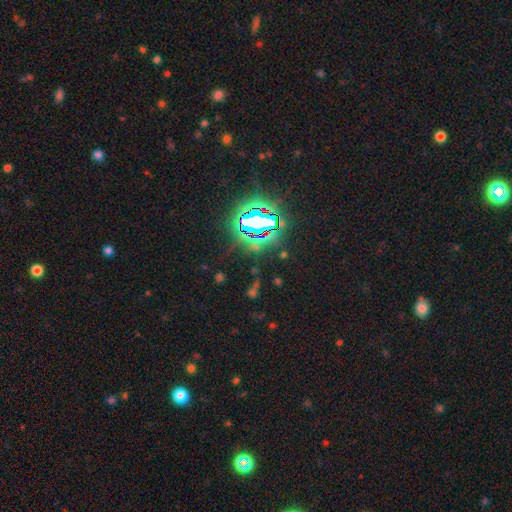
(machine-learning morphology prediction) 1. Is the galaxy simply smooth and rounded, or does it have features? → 84% star or artifact, 9% smooth, 6% featured or disk.